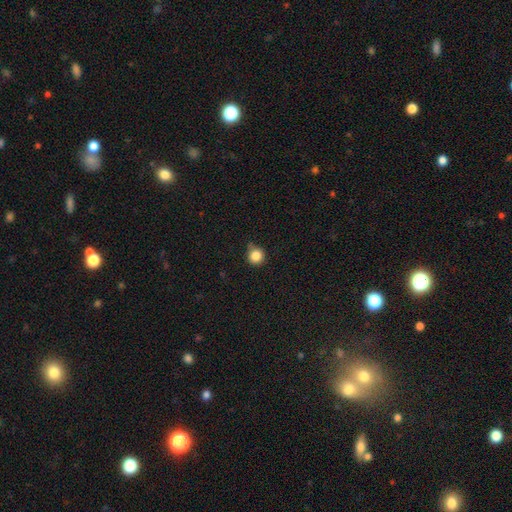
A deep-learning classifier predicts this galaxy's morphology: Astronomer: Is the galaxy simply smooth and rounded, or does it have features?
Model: smooth — 85%.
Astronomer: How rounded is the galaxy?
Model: round — 94%.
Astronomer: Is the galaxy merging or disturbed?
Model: none — 73%.